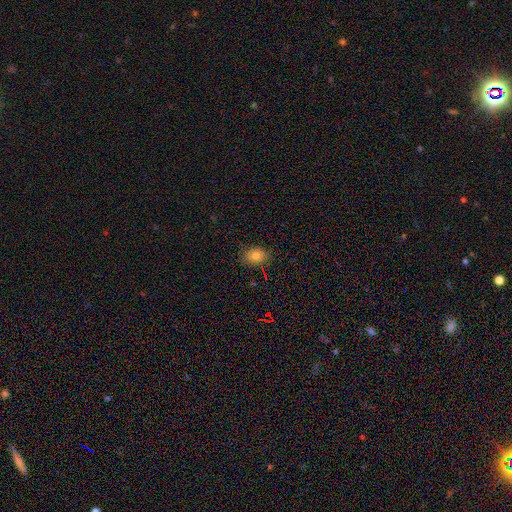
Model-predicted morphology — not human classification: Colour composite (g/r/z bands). It shows a smooth galaxy with no disk features (79%) that is in between round and cigar-shaped (63%). Merging: none (81%).